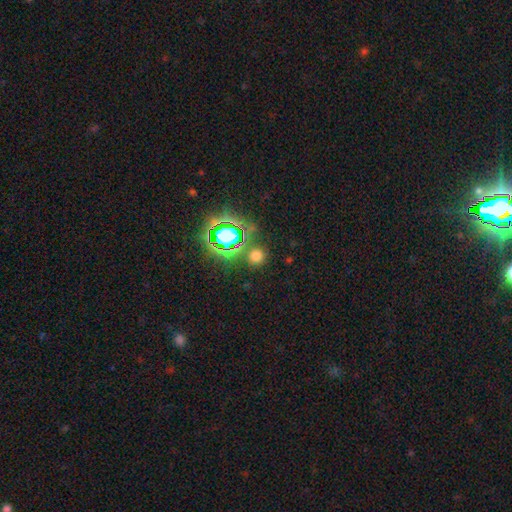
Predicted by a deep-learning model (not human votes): smooth 62%, star or artifact 32%, featured or disk 6%. Down the decision tree: how rounded — round (90%); merging — none (81%).